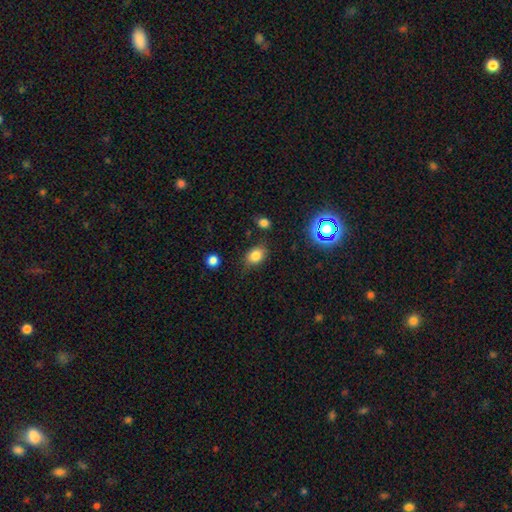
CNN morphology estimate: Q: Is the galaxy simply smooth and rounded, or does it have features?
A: smooth — 79%.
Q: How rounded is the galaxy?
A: in between — 72%.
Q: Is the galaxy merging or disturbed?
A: none — 77%.